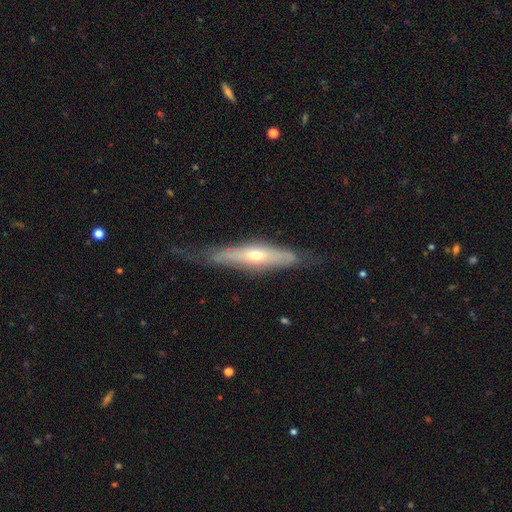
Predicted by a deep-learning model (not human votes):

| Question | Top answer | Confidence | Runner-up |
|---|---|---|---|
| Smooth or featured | featured or disk | 57% | smooth (37%) |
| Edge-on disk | yes | 62% | no (38%) |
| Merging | none | 61% | minor disturbance (25%) |